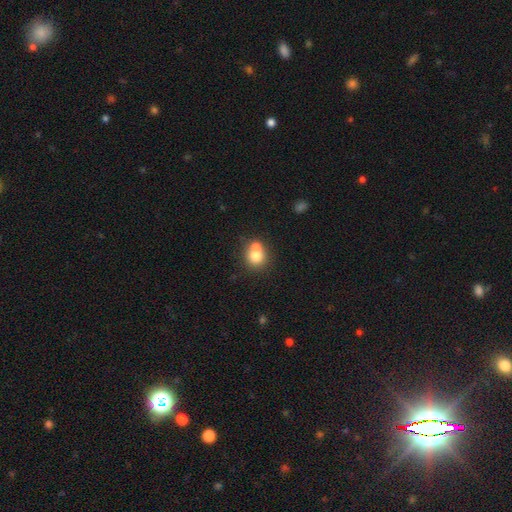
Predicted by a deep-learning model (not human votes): smooth-or-featured: smooth: 74% | featured or disk: 15% | star or artifact: 11%
  how-rounded: round: 84% | in between: 15% | cigar-shaped: 1%
  merging: merger: 49% | none: 41% | minor disturbance: 7% | major disturbance: 3%